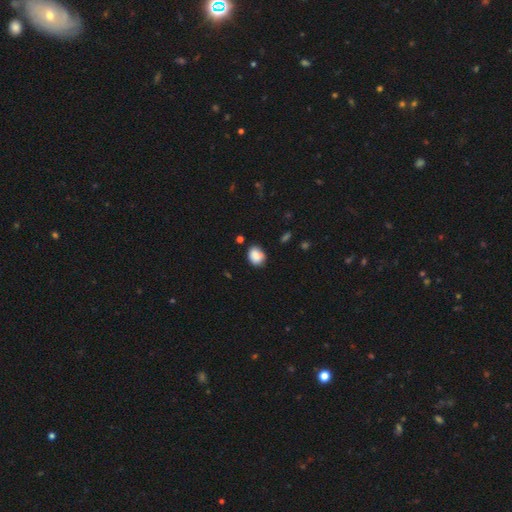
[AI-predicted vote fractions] smooth-or-featured: smooth: 87% | star or artifact: 8% | featured or disk: 5%
  how-rounded: in between: 50% | round: 49% | cigar-shaped: 1%
  merging: none: 73% | minor disturbance: 20% | major disturbance: 4% | merger: 3%